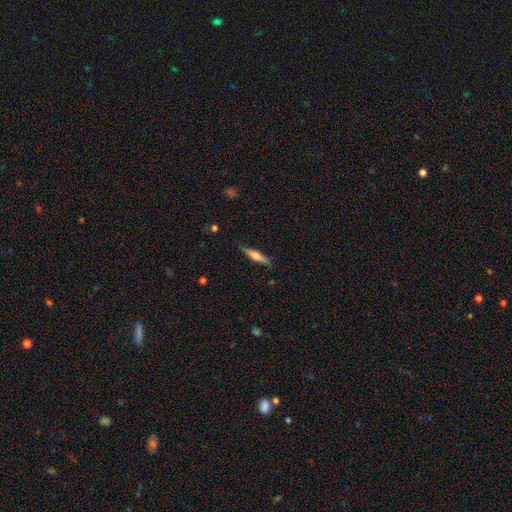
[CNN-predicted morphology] Smooth or featured?
  - featured or disk: 52% *
  - smooth: 42%
  - star or artifact: 6%
Edge-on disk?
  - yes: 96% *
  - no: 4%
Merging?
  - none: 86% *
  - minor disturbance: 11%
  - major disturbance: 2%
  - merger: 1%